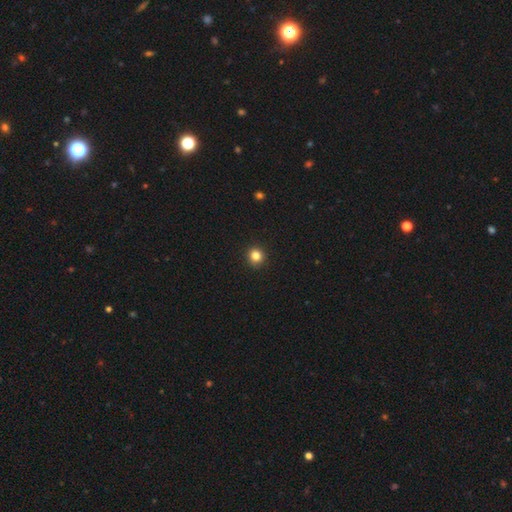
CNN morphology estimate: type=smooth (83%); roundness=round (91%); merging=none (92%).